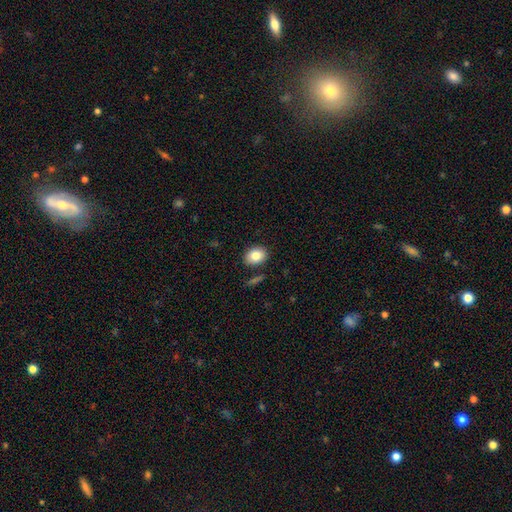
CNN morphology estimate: Smooth or featured?
  - smooth: 83% *
  - featured or disk: 9%
  - star or artifact: 8%
How rounded?
  - in between: 63% *
  - round: 36%
  - cigar-shaped: 1%
Merging?
  - none: 85% *
  - minor disturbance: 9%
  - merger: 3%
  - major disturbance: 2%